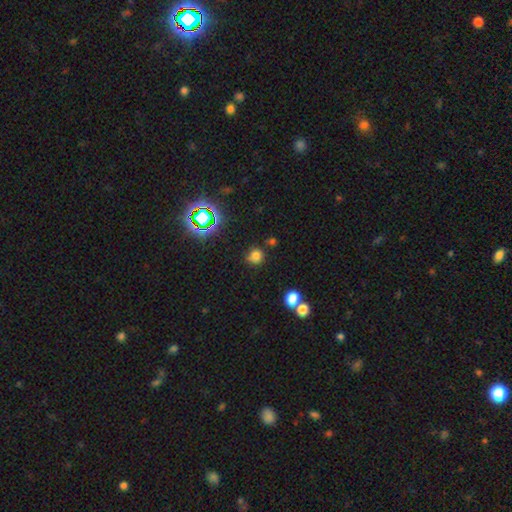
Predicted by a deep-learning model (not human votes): This appears to be a smooth galaxy with no disk features (72%) that is round (83%). Merging: none (73%).